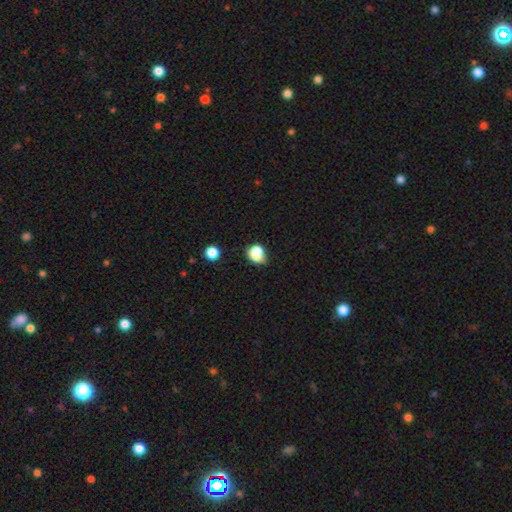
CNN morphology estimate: Smooth or featured? Predicted: smooth (p=0.75). How rounded? Predicted: round (p=0.58). Merging? Predicted: none (p=0.39).